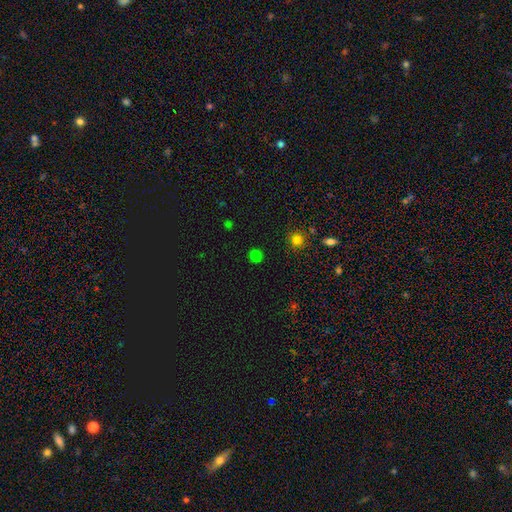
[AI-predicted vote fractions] The model was most divided on "smooth or featured": smooth: 73%, star or artifact: 23%, featured or disk: 4%. More confident: how rounded — round (89%); merging — none (88%).